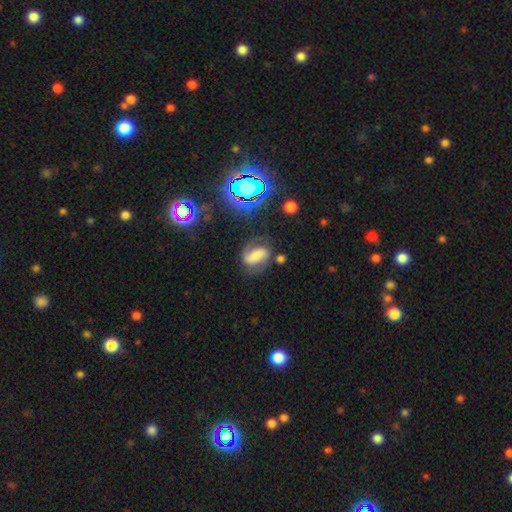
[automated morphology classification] Smooth or featured? Predicted: featured or disk (p=0.46). Merging? Predicted: none (p=0.63).